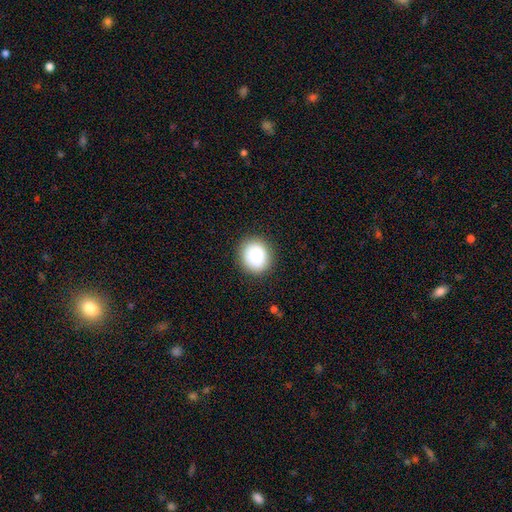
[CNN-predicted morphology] Q: Smooth or featured?
A: smooth (88%); runner-up: star or artifact (8%)
Q: How rounded?
A: round (76%); runner-up: in between (23%)
Q: Merging?
A: none (88%); runner-up: minor disturbance (8%)